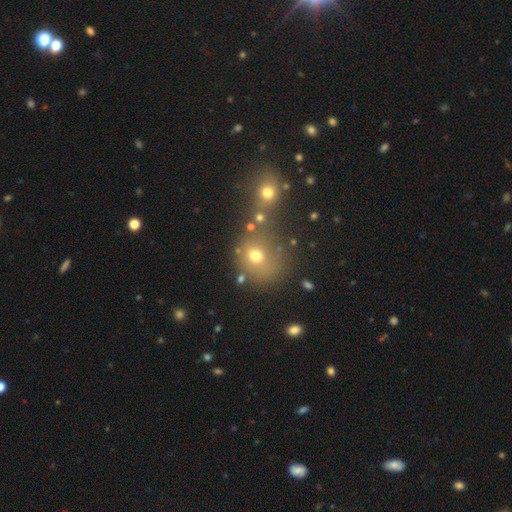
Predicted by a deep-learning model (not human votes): A smooth galaxy with no disk features (66%) that is round (75%).

Vote fractions:
- Smooth or featured? smooth: 66% / star or artifact: 21% / featured or disk: 14%
- How rounded? round: 75% / in between: 24% / cigar-shaped: 1%
- Merging? none: 51% / merger: 30% / minor disturbance: 12% / major disturbance: 7%